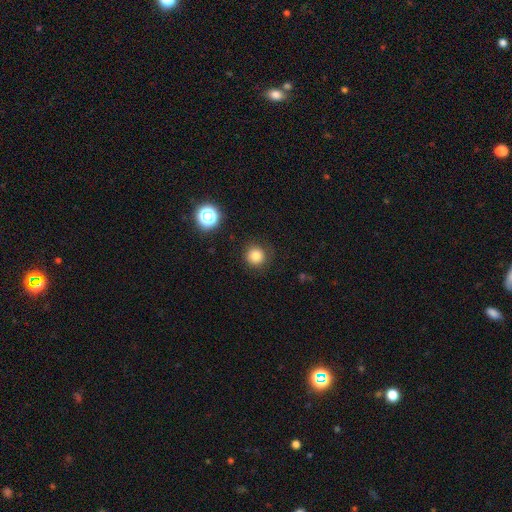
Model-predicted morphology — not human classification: The model was most divided on "smooth or featured": smooth: 81%, star or artifact: 13%, featured or disk: 6%. More confident: how rounded — round (94%); merging — none (86%).